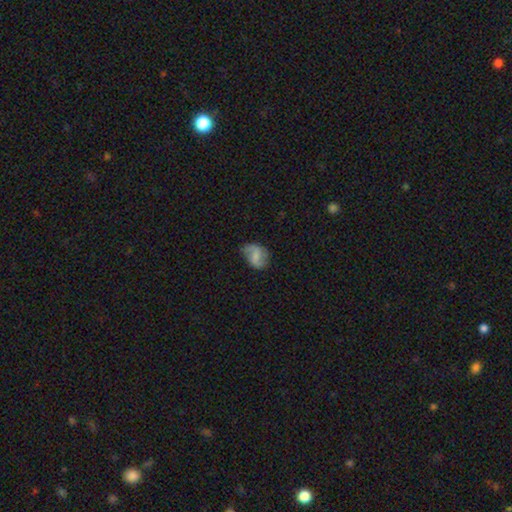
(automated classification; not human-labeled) This is possibly a featured or disk galaxy (47%). Merging: likely none (64%).